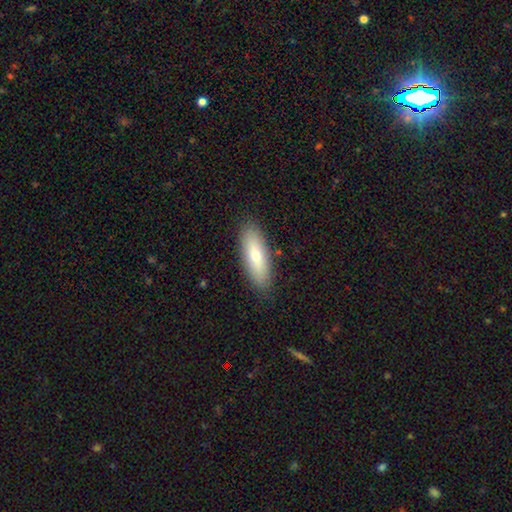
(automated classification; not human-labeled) Smooth or featured?
  - smooth: 67% *
  - featured or disk: 26%
  - star or artifact: 7%
How rounded?
  - in between: 60% *
  - cigar-shaped: 37%
  - round: 2%
Merging?
  - none: 88% *
  - minor disturbance: 9%
  - major disturbance: 2%
  - merger: 1%